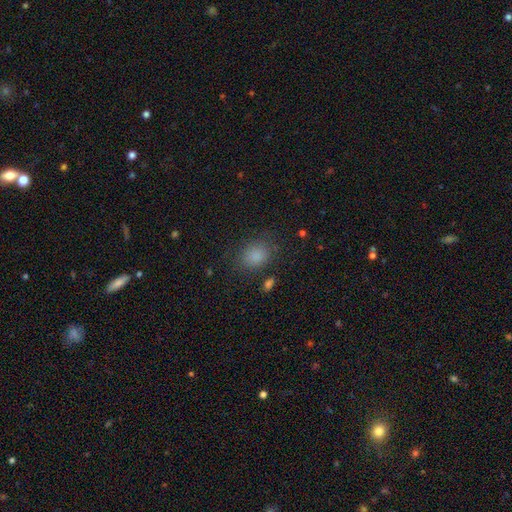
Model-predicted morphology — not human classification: The model was most divided on "how rounded": in between: 54%, round: 45%, cigar-shaped: 1%. More confident: smooth or featured — smooth (83%); merging — none (79%).